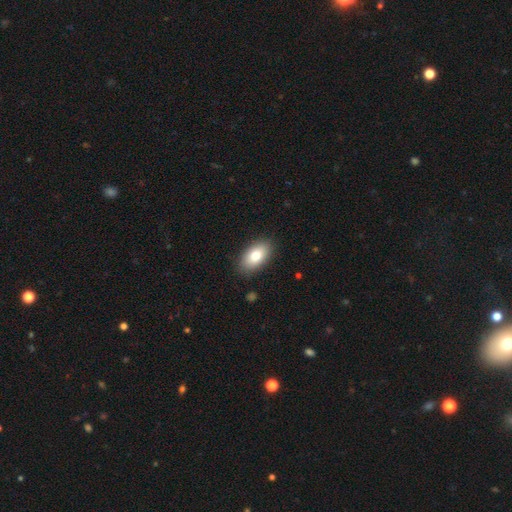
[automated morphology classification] smooth-or-featured: smooth: 79% | featured or disk: 14% | star or artifact: 7%
  how-rounded: in between: 93% | round: 5% | cigar-shaped: 2%
  merging: none: 87% | minor disturbance: 9% | major disturbance: 2% | merger: 1%